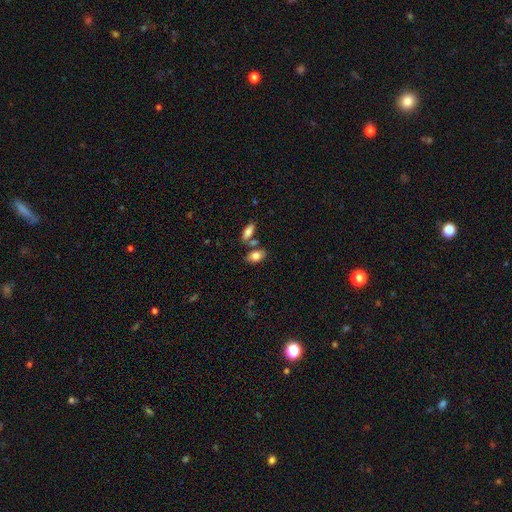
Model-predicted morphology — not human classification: Smooth or featured? Predicted: smooth (p=0.81). How rounded? Predicted: in between (p=0.89). Merging? Predicted: none (p=0.62).